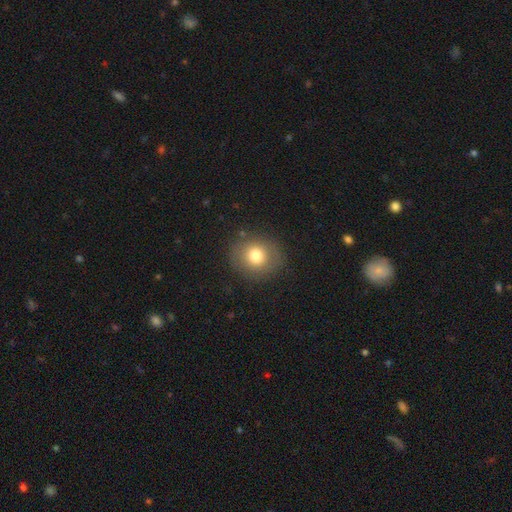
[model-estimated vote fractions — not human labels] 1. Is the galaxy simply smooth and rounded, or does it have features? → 77% smooth, 13% featured or disk, 10% star or artifact.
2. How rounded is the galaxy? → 81% round, 18% in between, 1% cigar-shaped.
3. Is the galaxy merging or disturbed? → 86% none, 9% minor disturbance, 4% major disturbance, 1% merger.